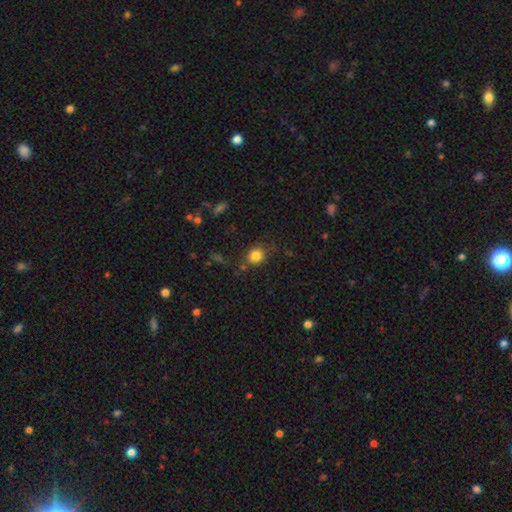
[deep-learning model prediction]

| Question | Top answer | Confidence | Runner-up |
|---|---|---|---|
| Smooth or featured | smooth | 83% | star or artifact (11%) |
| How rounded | round | 79% | in between (20%) |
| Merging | none | 77% | minor disturbance (14%) |